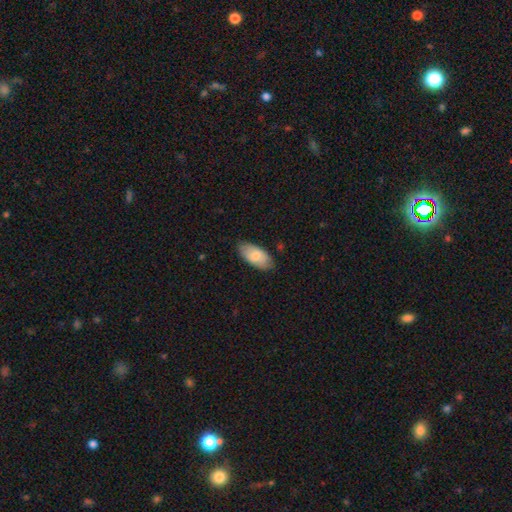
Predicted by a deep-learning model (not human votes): smooth_or_featured: smooth (p=0.76) [alt: featured or disk p=0.18]
how_rounded: in between (p=0.93) [alt: cigar-shaped p=0.04]
merging: none (p=0.80) [alt: minor disturbance p=0.16]